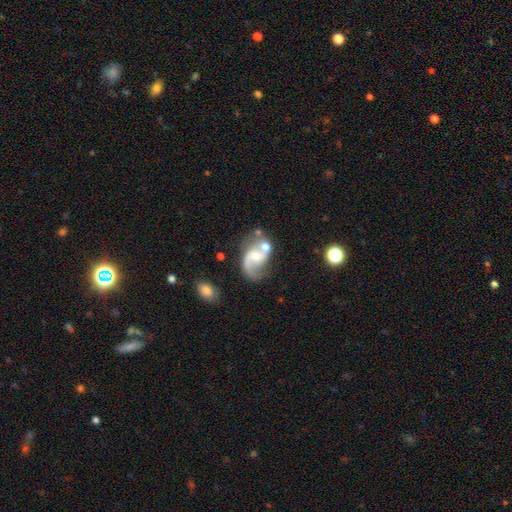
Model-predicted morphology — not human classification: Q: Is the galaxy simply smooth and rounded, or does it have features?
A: featured or disk — 81%.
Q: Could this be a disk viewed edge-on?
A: no — 98%.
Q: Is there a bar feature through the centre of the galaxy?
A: no — 48%.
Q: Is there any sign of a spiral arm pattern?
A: yes — 93%.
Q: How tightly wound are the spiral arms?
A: loose — 57%.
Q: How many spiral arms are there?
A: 2 — 78%.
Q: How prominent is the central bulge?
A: moderate — 50%.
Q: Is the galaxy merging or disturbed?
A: none — 41%.